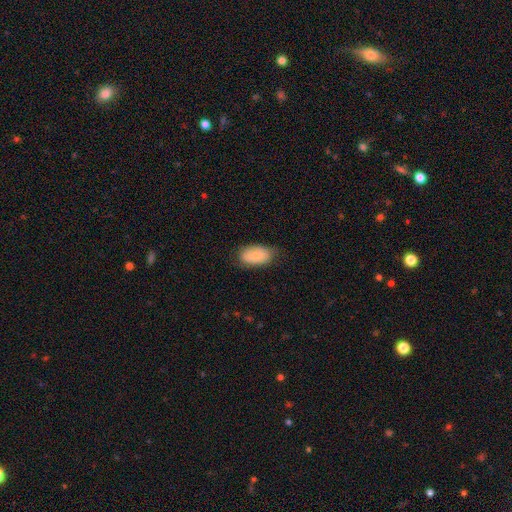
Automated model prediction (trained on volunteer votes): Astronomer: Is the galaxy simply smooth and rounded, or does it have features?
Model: smooth — 85%.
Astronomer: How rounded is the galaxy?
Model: in between — 93%.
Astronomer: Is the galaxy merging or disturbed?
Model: none — 72%.